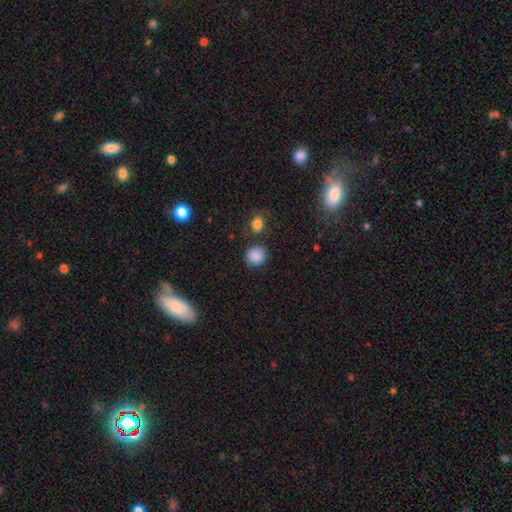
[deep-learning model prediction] A smooth galaxy with no disk features (86%) that is round (87%).

Vote fractions:
- Smooth or featured? smooth: 86% / star or artifact: 10% / featured or disk: 4%
- How rounded? round: 87% / in between: 12% / cigar-shaped: 1%
- Merging? none: 78% / minor disturbance: 11% / merger: 7% / major disturbance: 4%